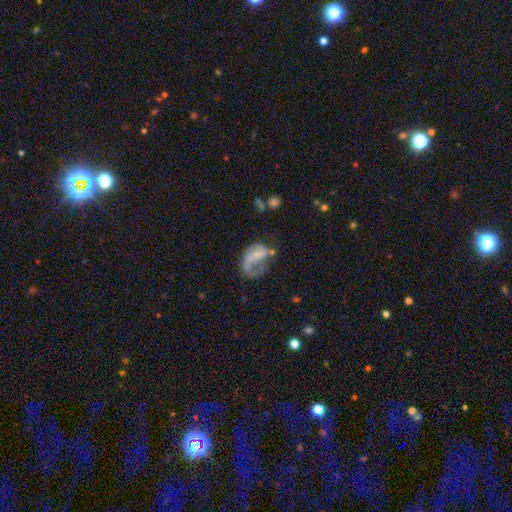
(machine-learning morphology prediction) featured or disk 66%, smooth 25%, star or artifact 9%. Down the decision tree: edge-on disk — no (98%); bar — no (49%); spiral arms — yes (77%); bulge size — none (49%); merging — major disturbance (45%).